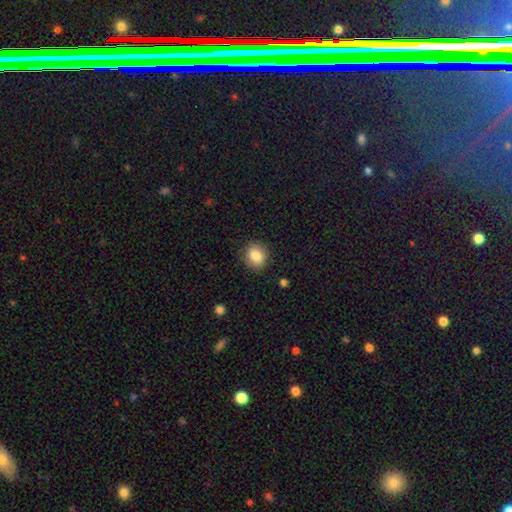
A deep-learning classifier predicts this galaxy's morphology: The model was most divided on "how rounded": round: 59%, in between: 40%, cigar-shaped: 1%. More confident: merging — none (85%); smooth or featured — smooth (85%).